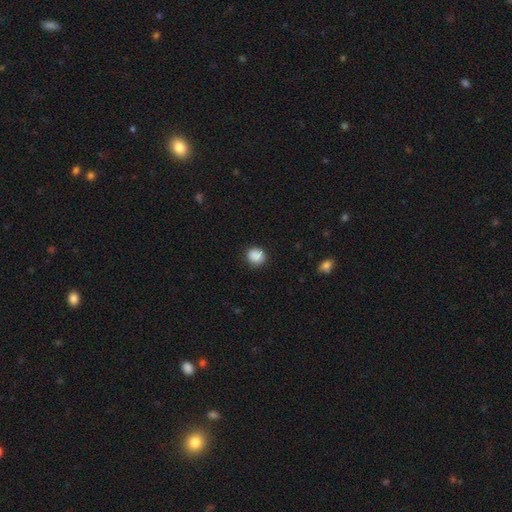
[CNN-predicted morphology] Q: Smooth or featured?
A: smooth (88%); runner-up: star or artifact (9%)
Q: How rounded?
A: round (85%); runner-up: in between (14%)
Q: Merging?
A: none (86%); runner-up: minor disturbance (10%)